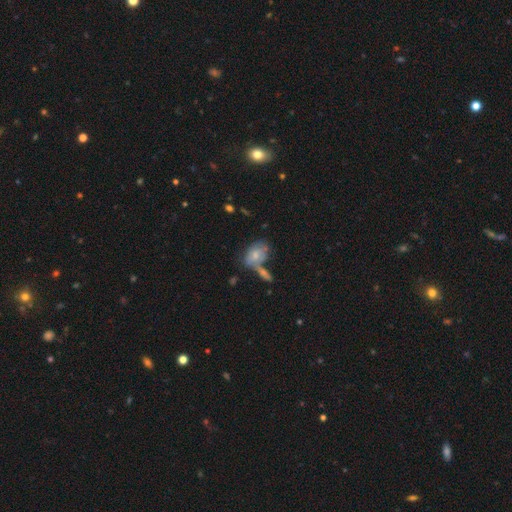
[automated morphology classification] Q: Smooth or featured?
A: smooth (62%); runner-up: featured or disk (30%)
Q: How rounded?
A: in between (82%); runner-up: round (16%)
Q: Merging?
A: none (38%); runner-up: merger (33%)